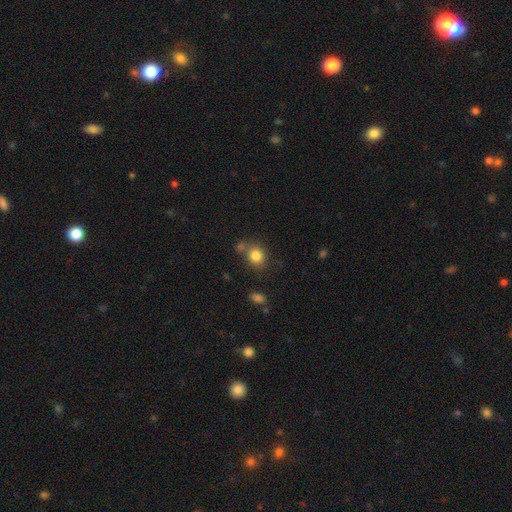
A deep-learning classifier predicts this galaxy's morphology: smooth-or-featured: smooth: 83% | star or artifact: 10% | featured or disk: 7%
  how-rounded: round: 70% | in between: 29% | cigar-shaped: 1%
  merging: none: 65% | merger: 16% | minor disturbance: 14% | major disturbance: 5%